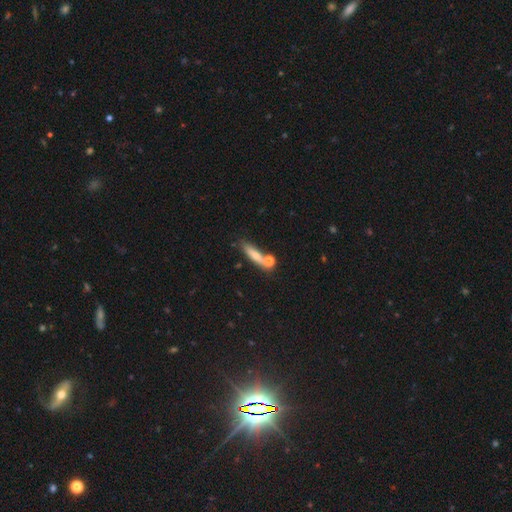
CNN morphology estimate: Overall: smooth (64%; featured or disk 26%). How rounded: cigar-shaped (70%). Merging: none (61%).